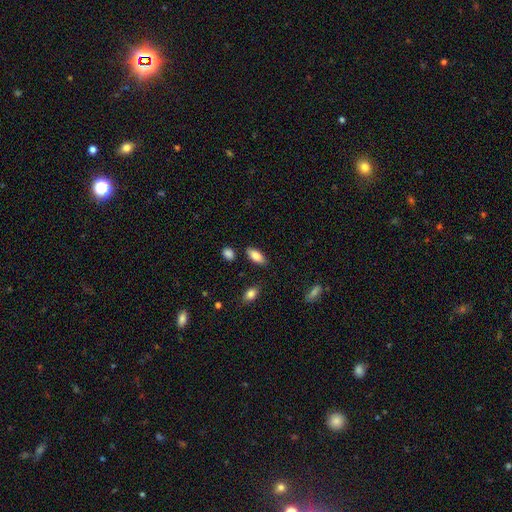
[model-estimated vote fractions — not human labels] Q: Smooth or featured?
A: smooth (82%); runner-up: featured or disk (11%)
Q: How rounded?
A: in between (84%); runner-up: cigar-shaped (13%)
Q: Merging?
A: none (84%); runner-up: minor disturbance (11%)